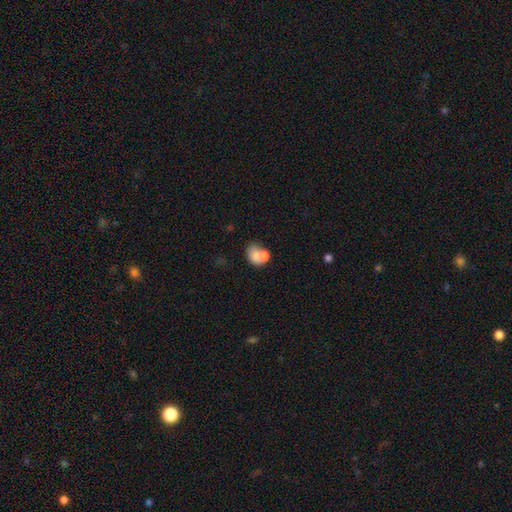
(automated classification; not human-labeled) A smooth galaxy with no disk features (72%) that is in between round and cigar-shaped (54%). Merging: merger (45%).